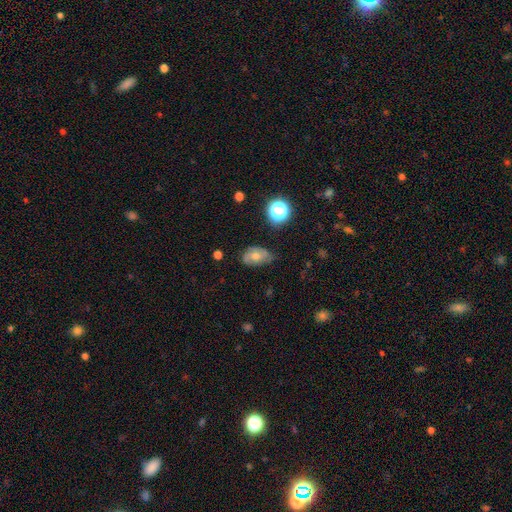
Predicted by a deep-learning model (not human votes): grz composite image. It shows a smooth galaxy with no disk features (56%) that is in between round and cigar-shaped (82%). Merging: none (57%).